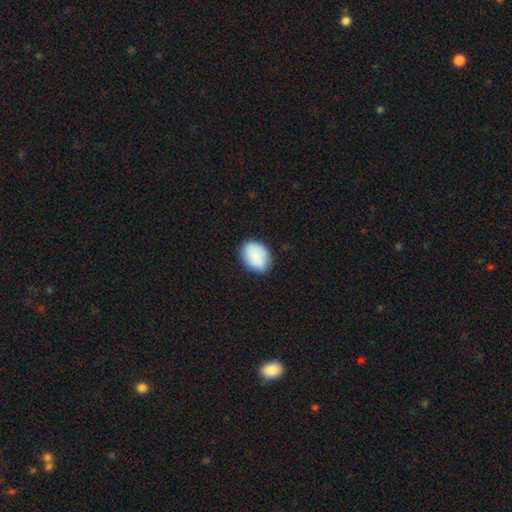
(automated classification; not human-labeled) Morphology: type=smooth (88%); roundness=in between (69%); merging=none (83%).